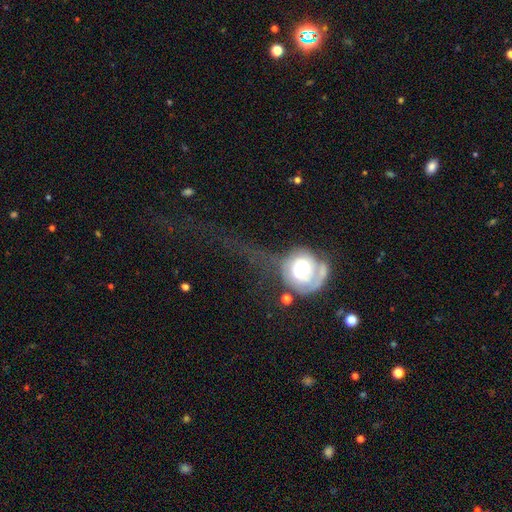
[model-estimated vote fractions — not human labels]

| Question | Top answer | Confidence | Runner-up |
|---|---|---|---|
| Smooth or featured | smooth | 41% | featured or disk (37%) |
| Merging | major disturbance | 56% | none (23%) |